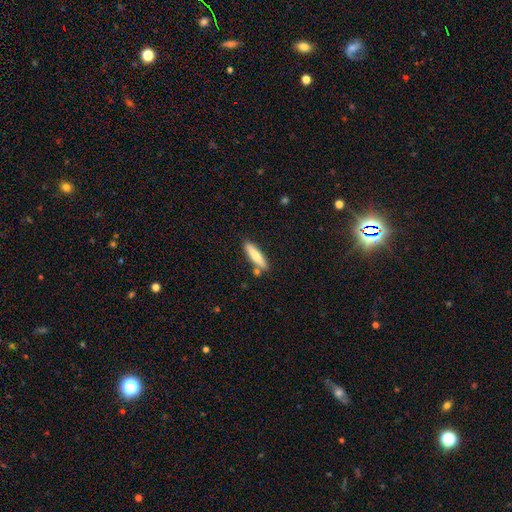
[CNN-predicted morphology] Smooth or featured: smooth — 73% (featured or disk — 21%)
How rounded: cigar-shaped — 74% (in between — 24%)
Merging: none — 80% (minor disturbance — 11%)